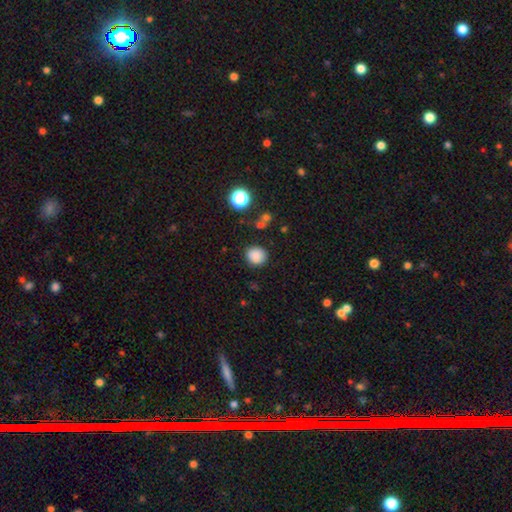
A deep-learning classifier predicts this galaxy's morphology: Smooth or featured? Predicted: smooth (p=0.84). How rounded? Predicted: round (p=0.80). Merging? Predicted: none (p=0.81).